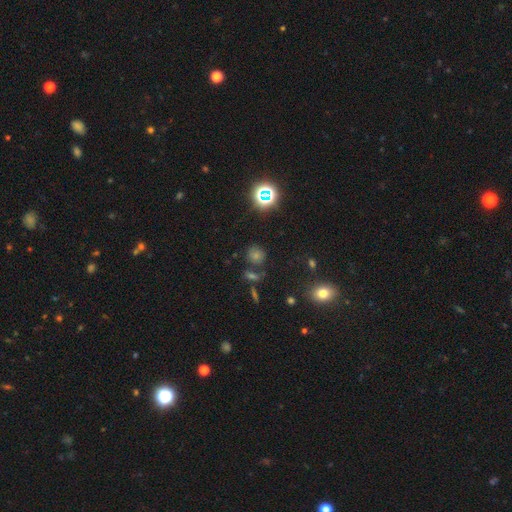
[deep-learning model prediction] This is possibly a smooth galaxy (47%). Merging: likely none (71%).